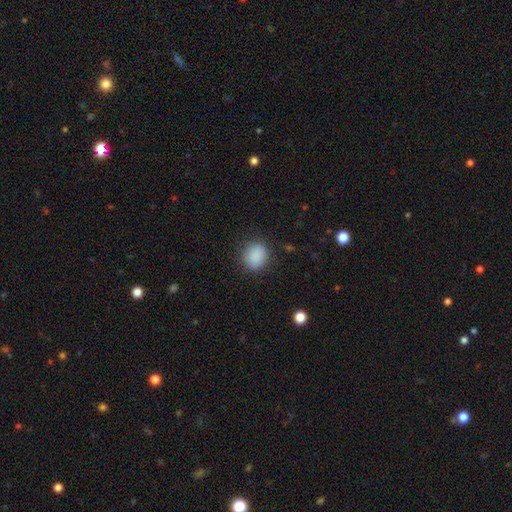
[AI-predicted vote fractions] Morphology: type=smooth (88%); roundness=round (73%); merging=none (86%).